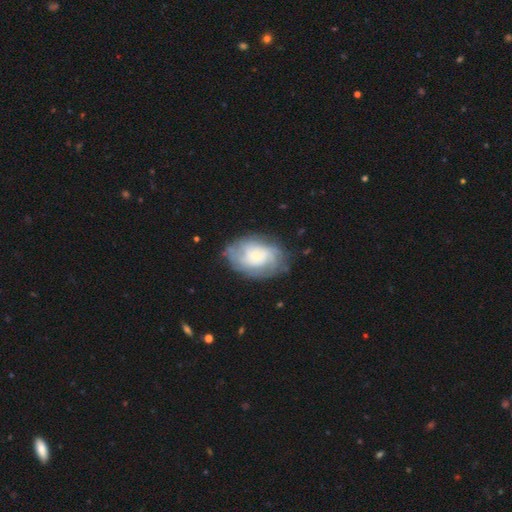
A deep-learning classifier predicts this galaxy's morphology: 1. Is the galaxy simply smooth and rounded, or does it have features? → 58% featured or disk, 33% smooth, 8% star or artifact.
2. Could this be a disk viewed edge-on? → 96% no, 4% yes.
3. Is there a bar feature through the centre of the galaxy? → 75% no, 21% weak, 4% strong.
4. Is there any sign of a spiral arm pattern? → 79% yes, 21% no.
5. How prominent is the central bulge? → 50% small, 26% moderate, 13% large, 9% none, 2% dominant.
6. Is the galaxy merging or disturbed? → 70% none, 20% minor disturbance, 9% major disturbance, 2% merger.